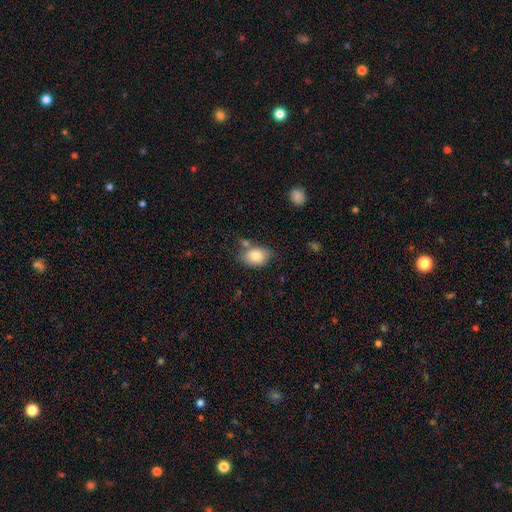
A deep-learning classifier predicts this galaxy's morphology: Smooth or featured? smooth (84%)
How rounded? in between (80%)
Merging? none (62%)